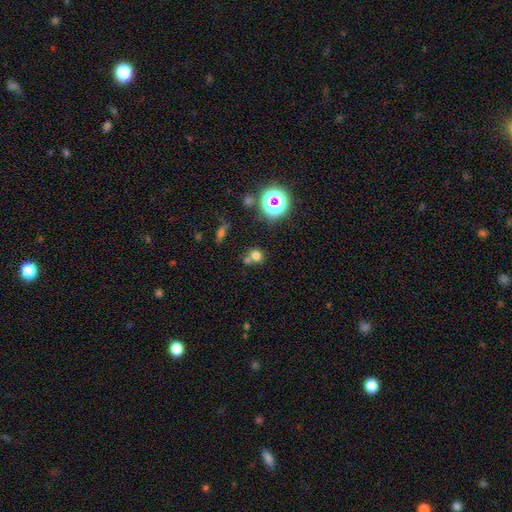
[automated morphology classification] smooth_or_featured: smooth (p=0.70) [alt: star or artifact p=0.21]
how_rounded: round (p=0.79) [alt: in between p=0.20]
merging: none (p=0.58) [alt: merger p=0.28]